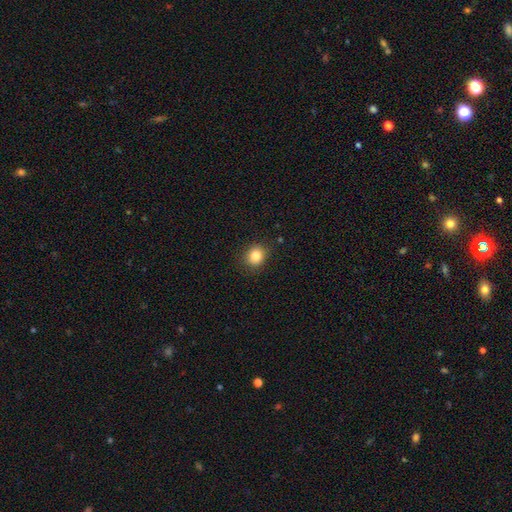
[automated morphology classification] Smooth or featured? smooth (84%)
How rounded? round (79%)
Merging? none (86%)